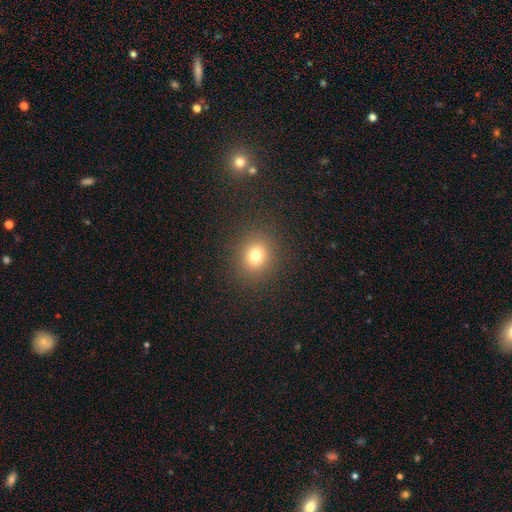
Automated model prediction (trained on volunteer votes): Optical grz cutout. It shows a smooth galaxy with no disk features (76%) that is round (82%). Merging: none (89%).